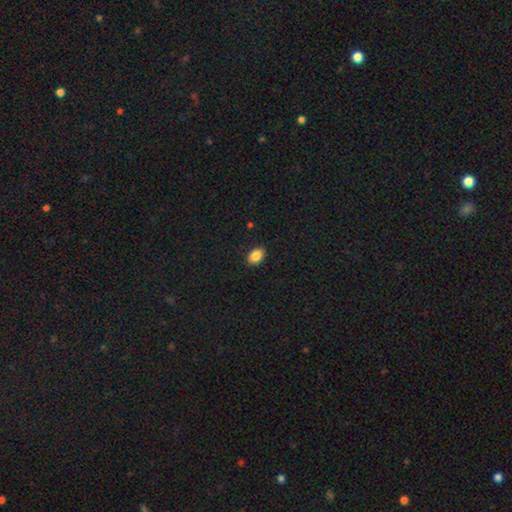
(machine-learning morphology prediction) This is clearly a smooth galaxy (87%). How rounded: clearly in between (80%). Merging: clearly none (87%).